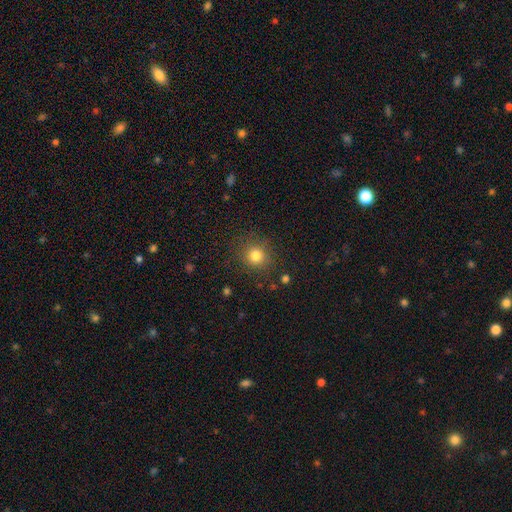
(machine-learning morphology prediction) smooth 81%, star or artifact 13%, featured or disk 6%. Down the decision tree: how rounded — round (88%); merging — none (86%).